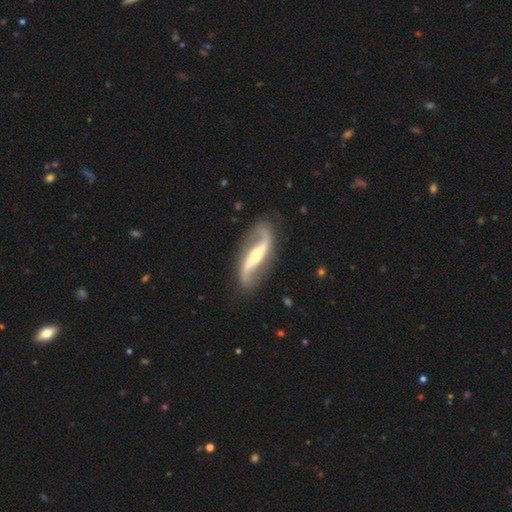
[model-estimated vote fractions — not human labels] A featured or disk galaxy (89%) with a strong bar (60%), 2 (91%) loose (75%) spiral arms (96%) and a moderate central bulge (46%). Merging: none (80%).